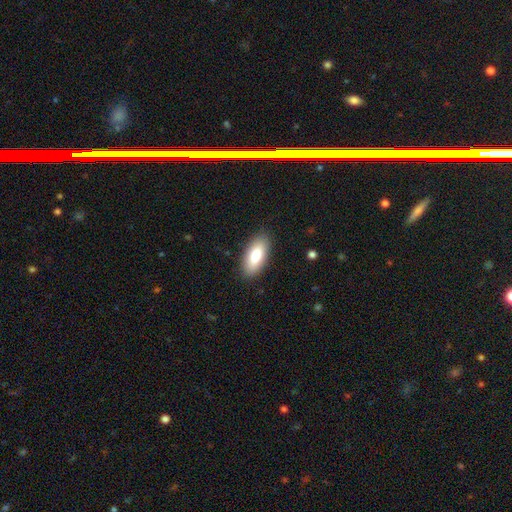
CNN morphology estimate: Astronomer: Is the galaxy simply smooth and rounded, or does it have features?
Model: smooth — 85%.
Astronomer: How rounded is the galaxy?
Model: in between — 87%.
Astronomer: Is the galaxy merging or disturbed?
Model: none — 87%.